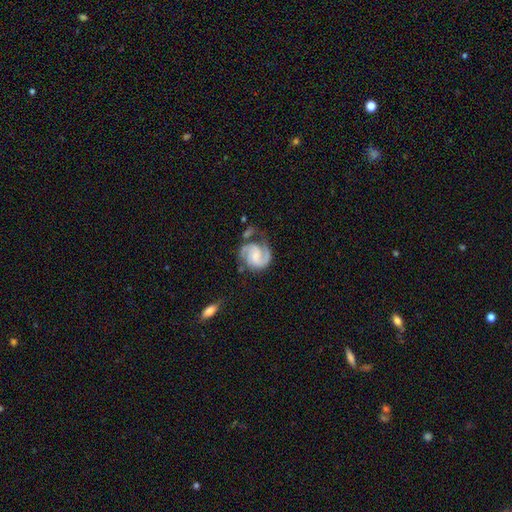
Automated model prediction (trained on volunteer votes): Overall: featured or disk (87%). Edge-on disk: no (98%). Bar: no (48%; weak 40%). Spiral arms: yes (98%). Spiral arm count: 2 (86%). Spiral winding: medium (46%; tight 43%). Bulge size: small (42%; moderate 30%). Merging: none (60%; minor disturbance 20%).